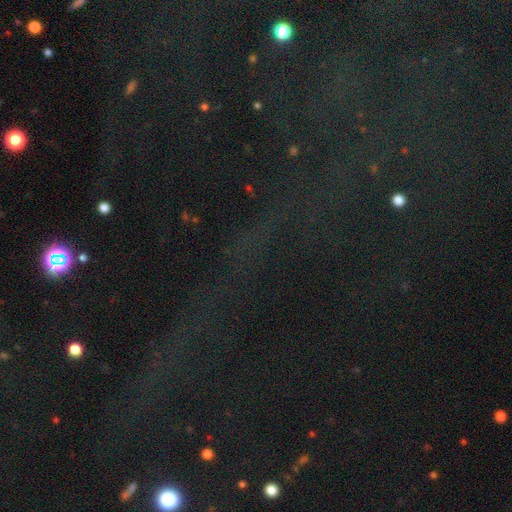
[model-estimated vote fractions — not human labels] Q: Smooth or featured?
A: star or artifact (76%); runner-up: smooth (14%)